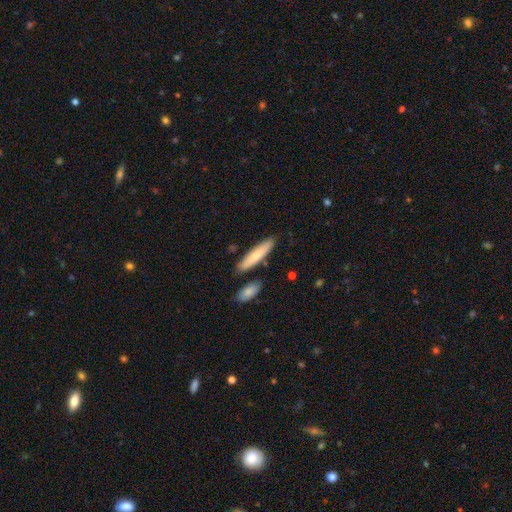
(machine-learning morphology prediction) Q: Smooth or featured?
A: smooth (77%); runner-up: featured or disk (18%)
Q: How rounded?
A: cigar-shaped (83%); runner-up: in between (15%)
Q: Merging?
A: none (82%); runner-up: minor disturbance (10%)